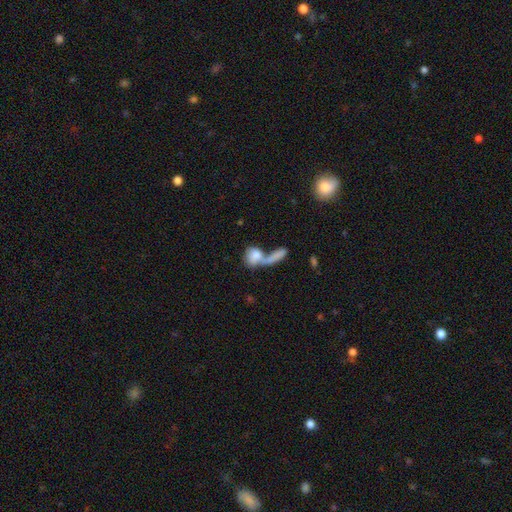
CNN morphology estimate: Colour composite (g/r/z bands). It shows a smooth galaxy with no disk features (72%) that is in between round and cigar-shaped (56%). Merging: merger (60%).